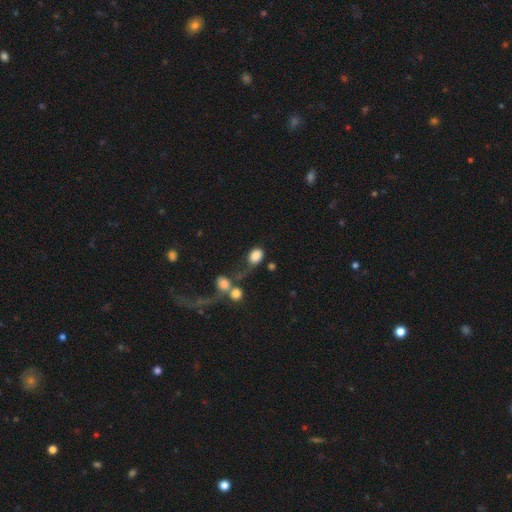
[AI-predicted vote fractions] smooth_or_featured: smooth (p=0.81) [alt: featured or disk p=0.10]
how_rounded: in between (p=0.68) [alt: round p=0.30]
merging: none (p=0.29) [alt: merger p=0.27]